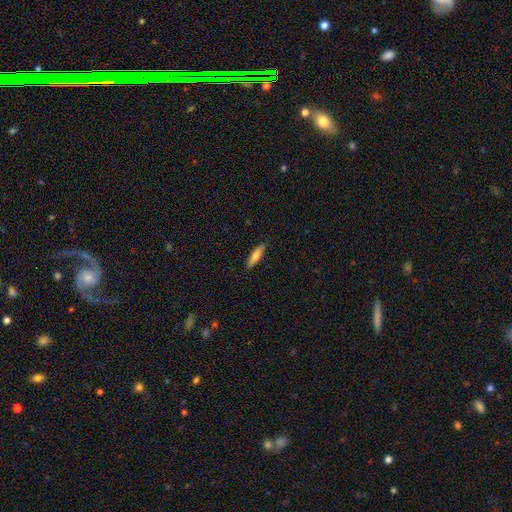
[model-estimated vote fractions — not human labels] A smooth galaxy with no disk features (69%) that is cigar-shaped (75%). Merging: none (89%).